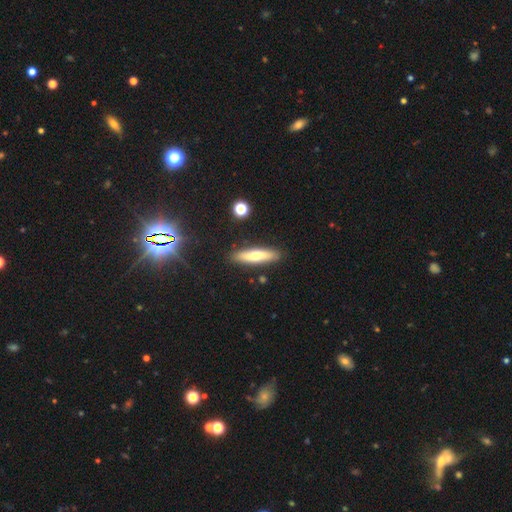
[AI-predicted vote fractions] Smooth or featured?
  - smooth: 59% *
  - featured or disk: 35%
  - star or artifact: 7%
How rounded?
  - cigar-shaped: 77% *
  - in between: 22%
  - round: 2%
Merging?
  - none: 87% *
  - minor disturbance: 9%
  - merger: 2%
  - major disturbance: 2%